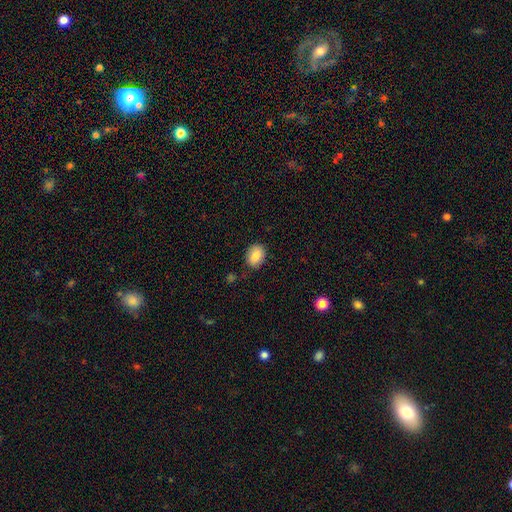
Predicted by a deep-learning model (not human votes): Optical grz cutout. It shows a smooth galaxy with no disk features (84%) that is in between round and cigar-shaped (65%). Merging: none (83%).